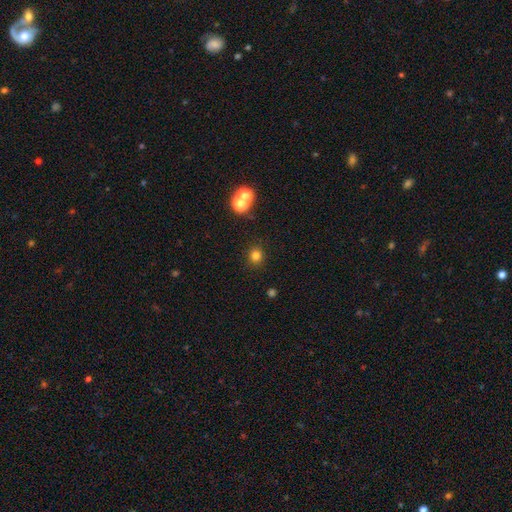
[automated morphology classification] The model was most divided on "smooth or featured": smooth: 79%, star or artifact: 16%, featured or disk: 6%. More confident: how rounded — round (87%); merging — none (86%).